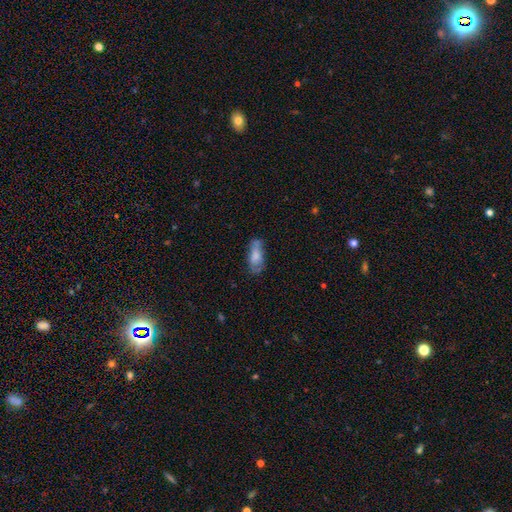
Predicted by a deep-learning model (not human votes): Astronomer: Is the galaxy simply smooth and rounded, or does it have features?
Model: smooth — 66%.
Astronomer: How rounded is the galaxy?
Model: in between — 78%.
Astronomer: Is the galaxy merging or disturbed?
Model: none — 51% (runner-up: minor disturbance, 30%).